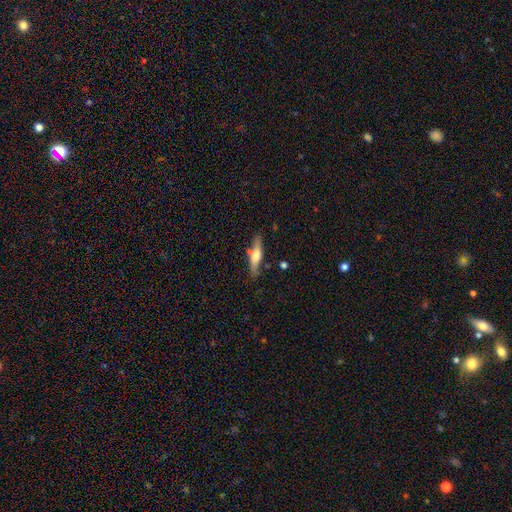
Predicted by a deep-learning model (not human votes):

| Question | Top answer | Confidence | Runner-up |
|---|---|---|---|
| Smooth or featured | featured or disk | 47% | tied: smooth (47%) |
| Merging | none | 79% | minor disturbance (13%) |